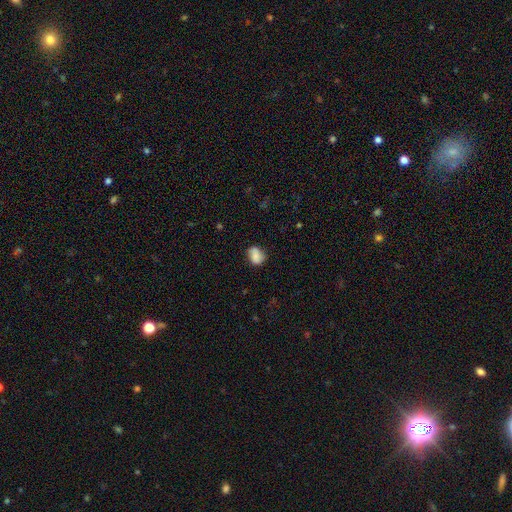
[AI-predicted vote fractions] This is likely a smooth galaxy (78%). How rounded: possibly in between (58%). Merging: likely none (66%).